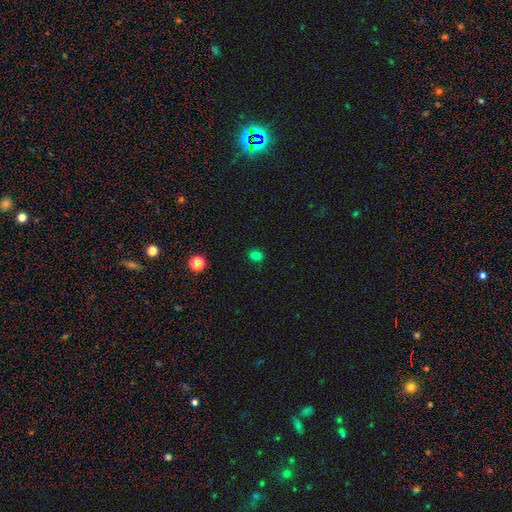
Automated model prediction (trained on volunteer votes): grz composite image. It shows a smooth galaxy with no disk features (78%) that is in between round and cigar-shaped (54%). Merging: none (87%).